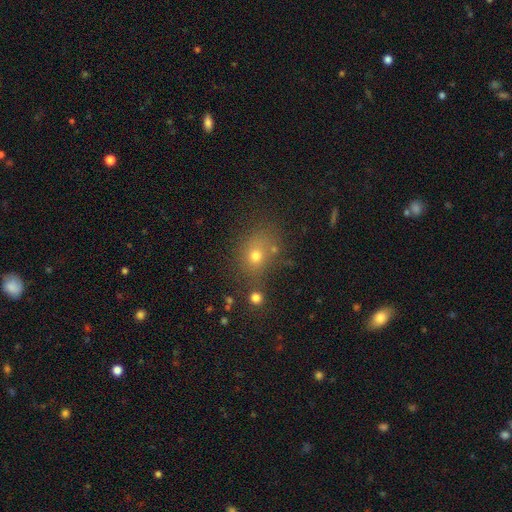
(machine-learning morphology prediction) type=smooth (68%); roundness=round (59%); merging=none (66%).